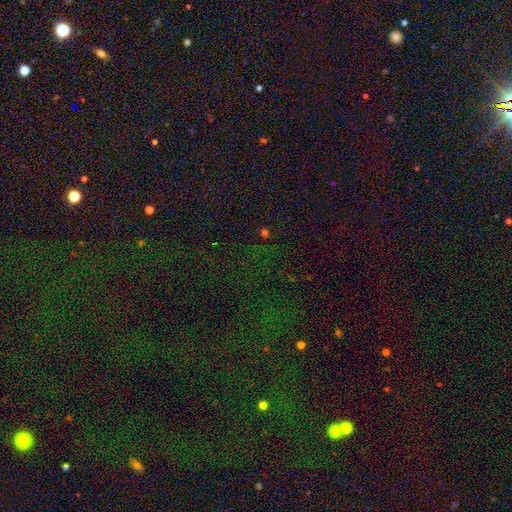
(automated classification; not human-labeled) This appears to be a star or artifact, not a galaxy (82%).